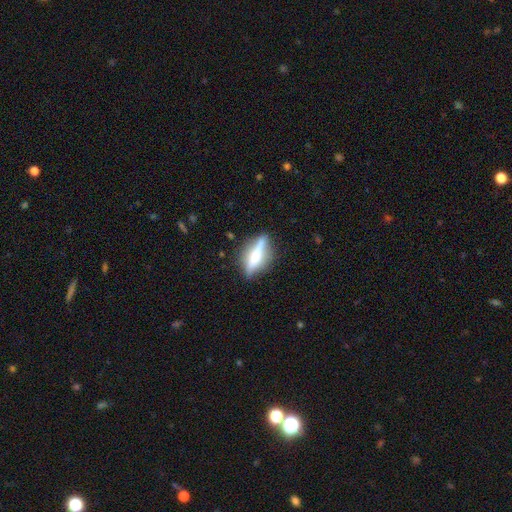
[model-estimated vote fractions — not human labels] Smooth or featured?
  - featured or disk: 54% *
  - smooth: 39%
  - star or artifact: 8%
Edge-on disk?
  - yes: 86% *
  - no: 14%
Merging?
  - none: 77% *
  - minor disturbance: 15%
  - major disturbance: 5%
  - merger: 3%